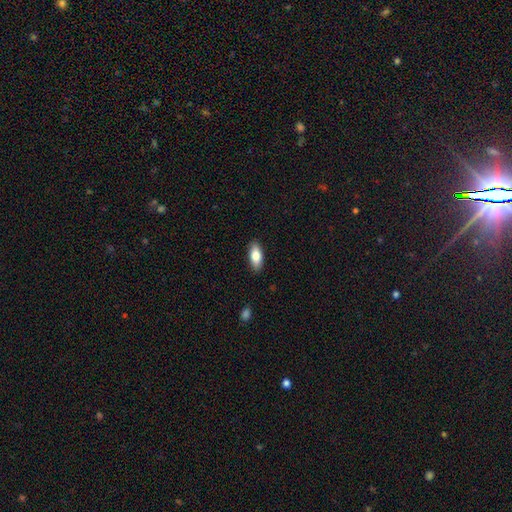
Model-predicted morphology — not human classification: smooth-or-featured: smooth: 80% | featured or disk: 14% | star or artifact: 6%
  how-rounded: in between: 84% | cigar-shaped: 13% | round: 3%
  merging: none: 88% | minor disturbance: 9% | major disturbance: 2% | merger: 1%